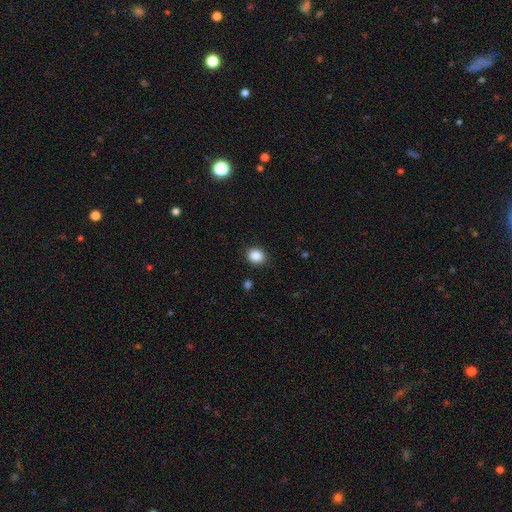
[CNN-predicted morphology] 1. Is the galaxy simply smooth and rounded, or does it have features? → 87% smooth, 10% star or artifact, 3% featured or disk.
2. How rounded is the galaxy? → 65% round, 34% in between, 1% cigar-shaped.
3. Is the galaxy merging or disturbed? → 89% none, 8% minor disturbance, 2% major disturbance, 1% merger.